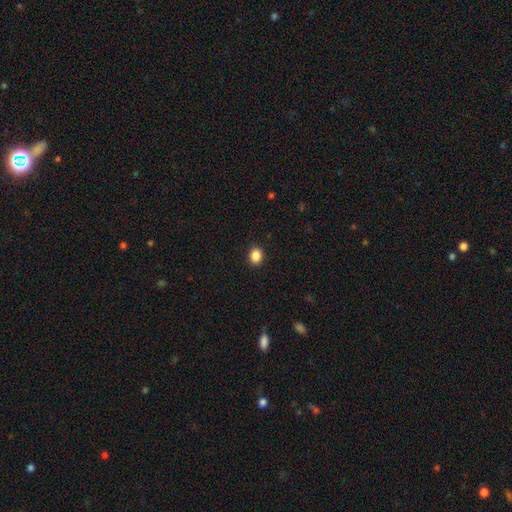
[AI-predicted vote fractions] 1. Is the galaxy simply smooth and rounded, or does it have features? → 87% smooth, 10% star or artifact, 3% featured or disk.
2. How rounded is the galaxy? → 58% round, 41% in between, 1% cigar-shaped.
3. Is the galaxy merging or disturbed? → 91% none, 6% minor disturbance, 2% major disturbance, 1% merger.